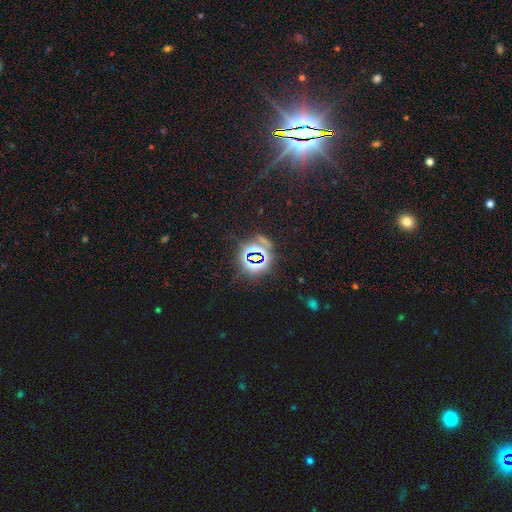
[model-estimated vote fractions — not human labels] This is likely a star or artifact rather than a galaxy (78%).